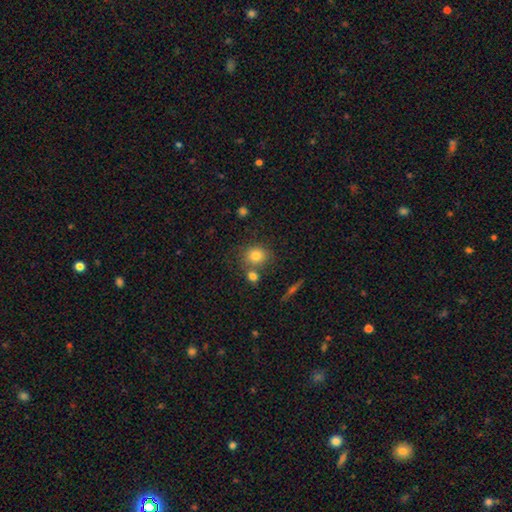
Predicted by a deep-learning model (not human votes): This appears to be a smooth galaxy with no disk features (78%) that is round (74%). Merging: none (59%).